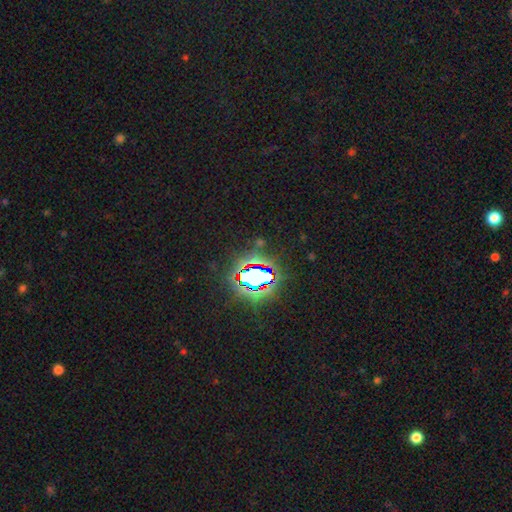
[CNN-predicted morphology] This is clearly a star or artifact rather than a galaxy (80%).